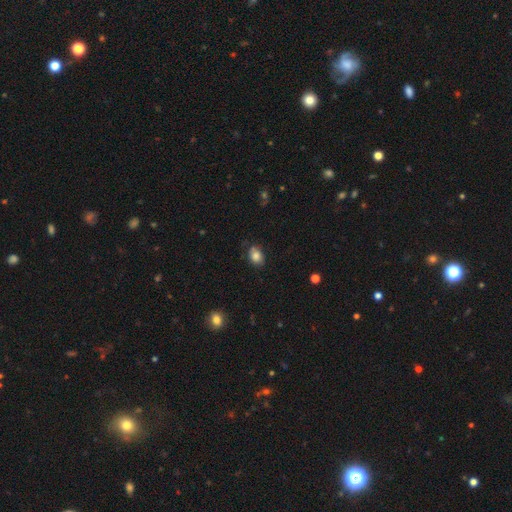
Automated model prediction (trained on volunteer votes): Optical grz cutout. It shows a smooth galaxy with no disk features (82%) that is in between round and cigar-shaped (71%). Merging: none (71%).